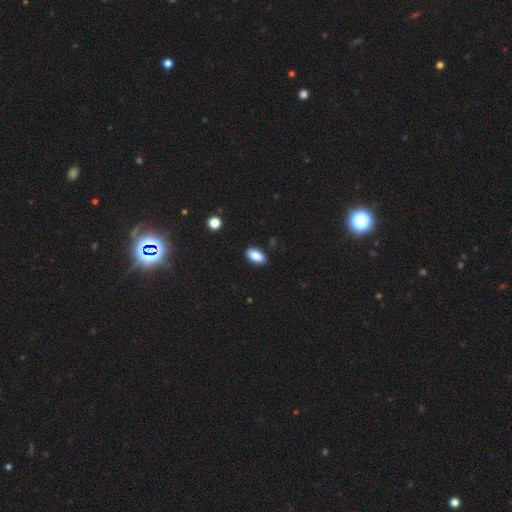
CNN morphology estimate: Q: Smooth or featured?
A: smooth (87%); runner-up: star or artifact (7%)
Q: How rounded?
A: in between (92%); runner-up: cigar-shaped (5%)
Q: Merging?
A: none (88%); runner-up: minor disturbance (9%)